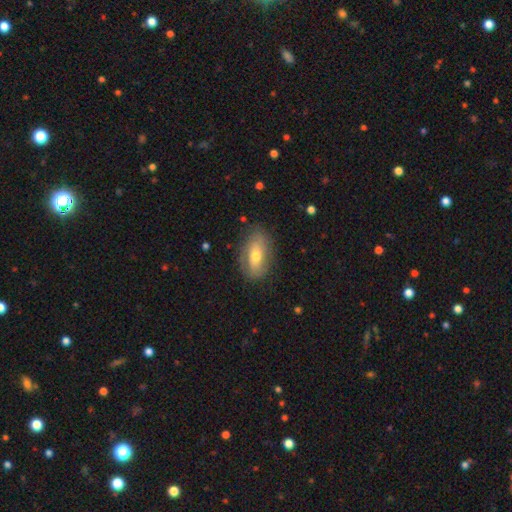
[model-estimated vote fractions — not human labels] Overall: smooth (55%; featured or disk 38%). How rounded: in between (87%). Merging: none (76%).